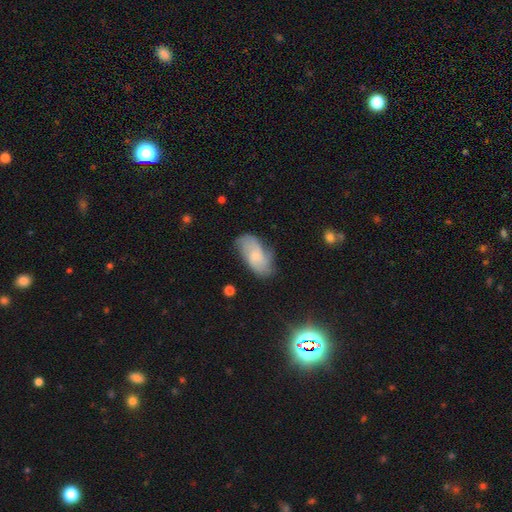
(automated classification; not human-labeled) The model was most divided on "smooth or featured": featured or disk: 55%, smooth: 37%, star or artifact: 8%. More confident: edge-on disk — no (95%); spiral arms — yes (88%); bar — no (67%); merging — none (65%); bulge size — small (62%).